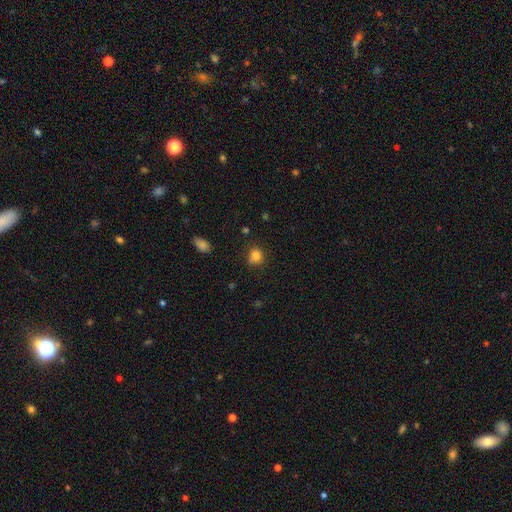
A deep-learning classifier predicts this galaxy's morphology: Smooth or featured? Predicted: smooth (p=0.83). How rounded? Predicted: round (p=0.77). Merging? Predicted: none (p=0.75).